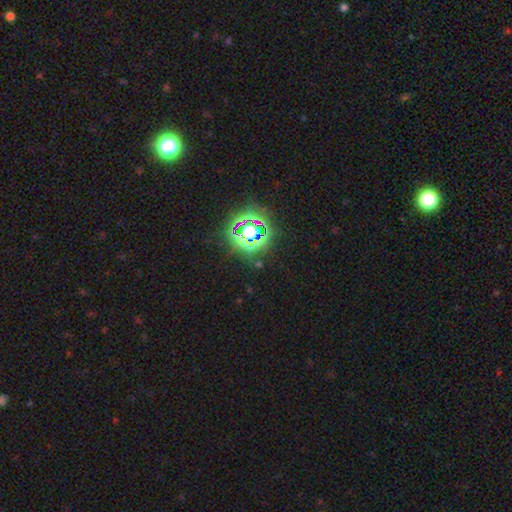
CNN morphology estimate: star or artifact 80%, smooth 13%, featured or disk 8%.